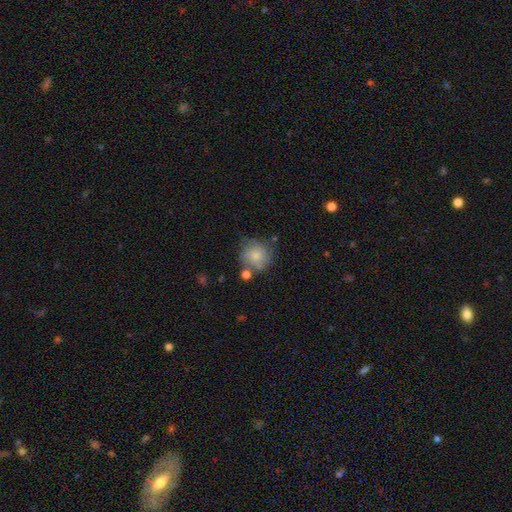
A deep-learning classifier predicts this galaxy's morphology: This is likely a smooth galaxy (74%). How rounded: clearly round (88%). Merging: possibly none (59%).